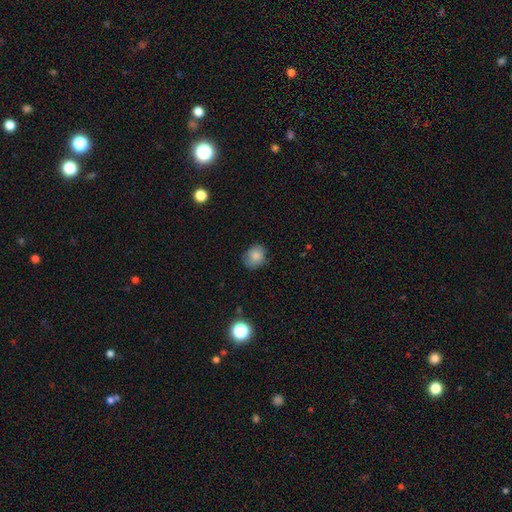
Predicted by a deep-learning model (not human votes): smooth-or-featured: smooth: 82% | star or artifact: 10% | featured or disk: 9%
  how-rounded: round: 68% | in between: 31% | cigar-shaped: 1%
  merging: none: 69% | minor disturbance: 24% | major disturbance: 6% | merger: 1%